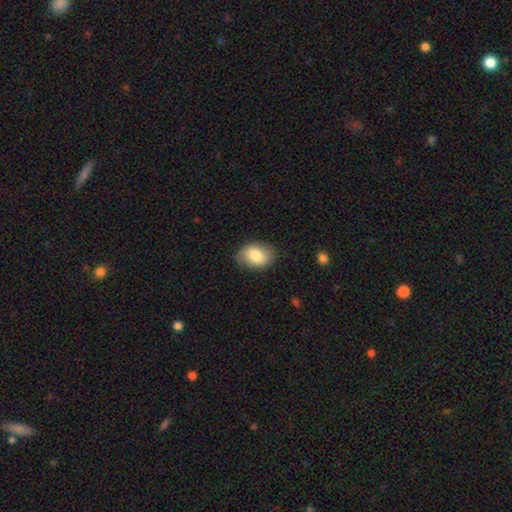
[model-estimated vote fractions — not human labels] smooth-or-featured: smooth: 80% | featured or disk: 14% | star or artifact: 7%
  how-rounded: in between: 78% | round: 21% | cigar-shaped: 1%
  merging: none: 81% | minor disturbance: 15% | major disturbance: 3% | merger: 1%